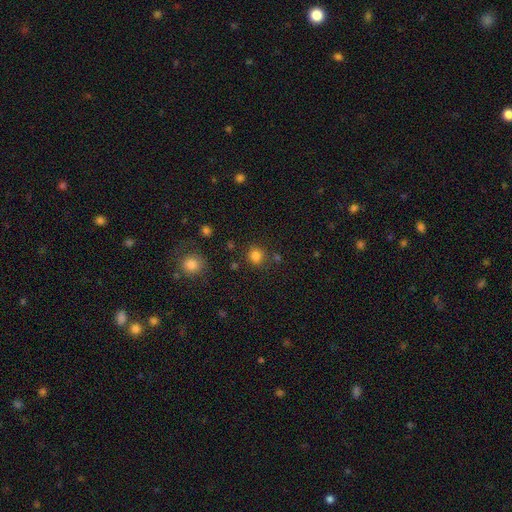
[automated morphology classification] Q: Smooth or featured?
A: smooth (81%); runner-up: star or artifact (14%)
Q: How rounded?
A: round (86%); runner-up: in between (13%)
Q: Merging?
A: none (81%); runner-up: minor disturbance (10%)